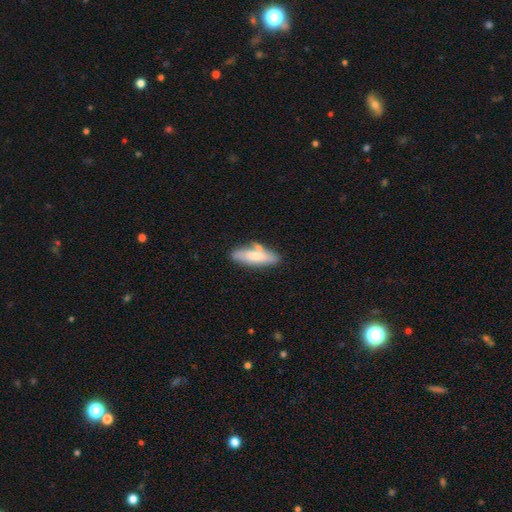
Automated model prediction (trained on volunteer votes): Smooth or featured? Predicted: smooth (p=0.66). How rounded? Predicted: in between (p=0.52). Merging? Predicted: none (p=0.59).